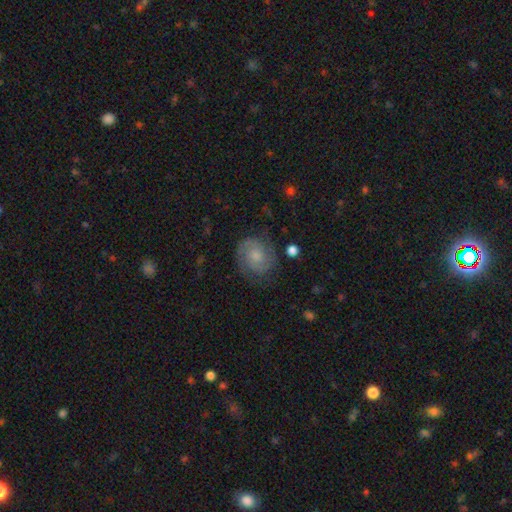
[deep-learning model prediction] Smooth or featured?
  - featured or disk: 69% *
  - smooth: 23%
  - star or artifact: 8%
Edge-on disk?
  - no: 98% *
  - yes: 2%
Bar?
  - no: 68% *
  - weak: 28%
  - strong: 4%
Spiral arms?
  - yes: 94% *
  - no: 6%
Spiral winding?
  - tight: 51% *
  - medium: 39%
  - loose: 10%
Spiral arm count?
  - 2: 81% *
  - can't tell: 9%
  - 3: 5%
  - 1: 2%
  - 4: 2%
  - more than 4: 2%
Bulge size?
  - moderate: 41% *
  - small: 37%
  - none: 13%
  - large: 8%
  - dominant: 2%
Merging?
  - none: 78% *
  - minor disturbance: 15%
  - major disturbance: 6%
  - merger: 1%